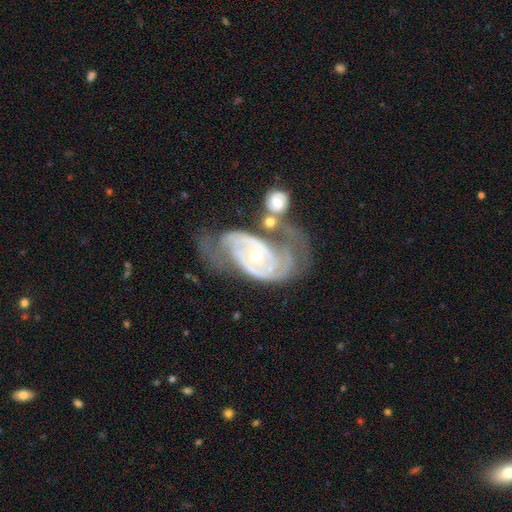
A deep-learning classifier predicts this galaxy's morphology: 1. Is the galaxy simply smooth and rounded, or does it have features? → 90% featured or disk, 6% smooth, 4% star or artifact.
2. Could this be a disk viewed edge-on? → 96% no, 4% yes.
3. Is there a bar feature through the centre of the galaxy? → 63% no, 27% weak, 11% strong.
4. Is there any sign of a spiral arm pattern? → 95% yes, 5% no.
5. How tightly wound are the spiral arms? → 60% tight, 31% medium, 9% loose.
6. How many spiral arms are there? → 67% 2, 16% can't tell, 8% 3, 4% 1, 3% 4, 3% more than 4.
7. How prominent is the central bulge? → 53% moderate, 43% small, 2% large, 1% none, 1% dominant.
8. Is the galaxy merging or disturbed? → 38% none, 23% major disturbance, 21% minor disturbance, 18% merger.